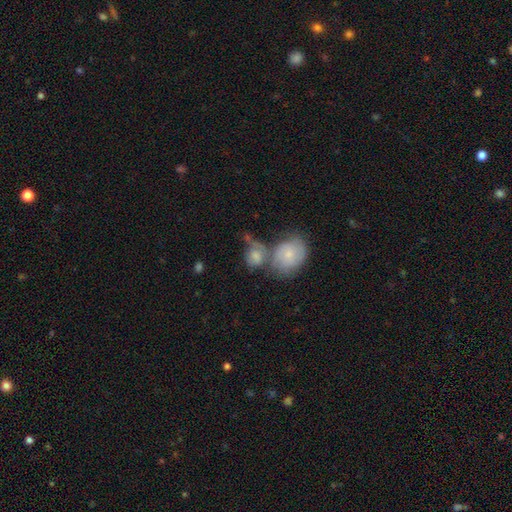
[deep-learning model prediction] smooth 64%, featured or disk 28%, star or artifact 8%. Down the decision tree: how rounded — round (51%); merging — merger (52%).